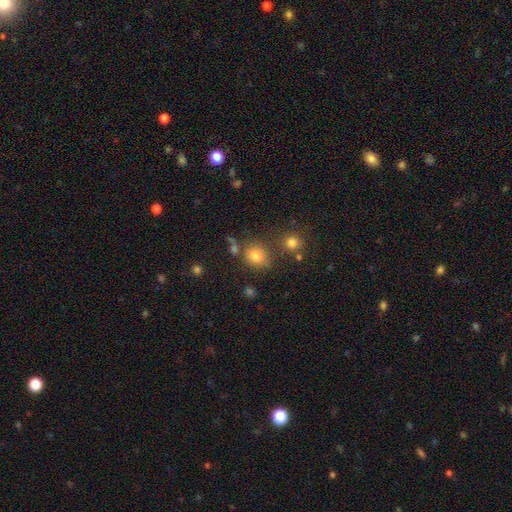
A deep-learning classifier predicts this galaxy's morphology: This appears to be a smooth galaxy with no disk features (77%) that is round (70%). Merging: none (71%).